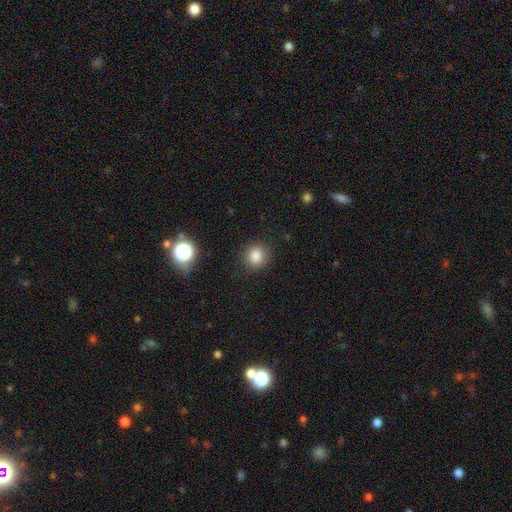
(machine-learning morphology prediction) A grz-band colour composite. It shows a smooth galaxy with no disk features (83%) that is round (87%). Merging: none (88%).